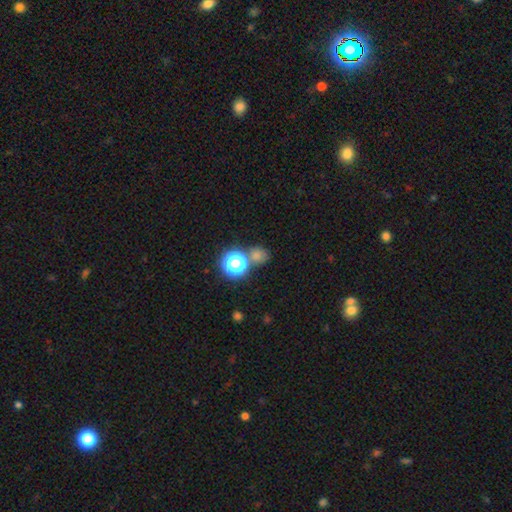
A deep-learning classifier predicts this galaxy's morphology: Smooth or featured: smooth — 59% (star or artifact — 34%)
How rounded: round — 80% (in between — 19%)
Merging: none — 66% (merger — 20%)